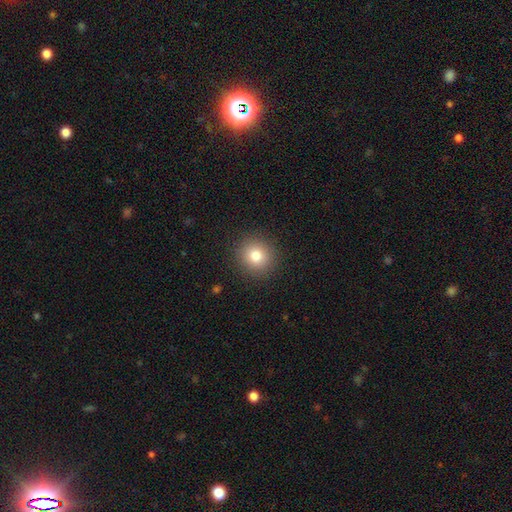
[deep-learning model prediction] Smooth or featured: smooth — 80% (star or artifact — 12%)
How rounded: round — 90% (in between — 9%)
Merging: none — 90% (minor disturbance — 6%)